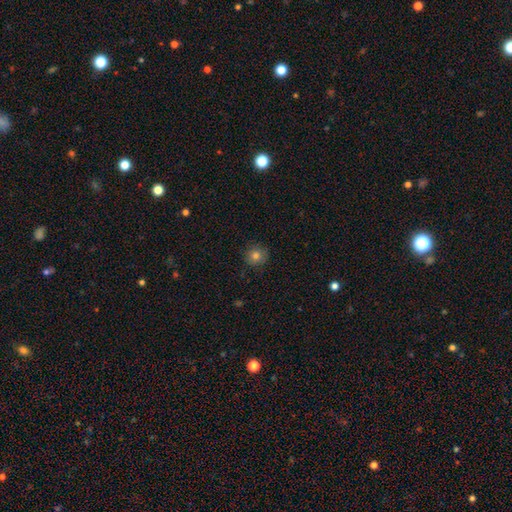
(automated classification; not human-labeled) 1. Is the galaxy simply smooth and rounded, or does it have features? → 80% smooth, 13% star or artifact, 7% featured or disk.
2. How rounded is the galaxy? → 93% round, 6% in between, 1% cigar-shaped.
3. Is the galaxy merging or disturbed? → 89% none, 8% minor disturbance, 2% major disturbance, 1% merger.